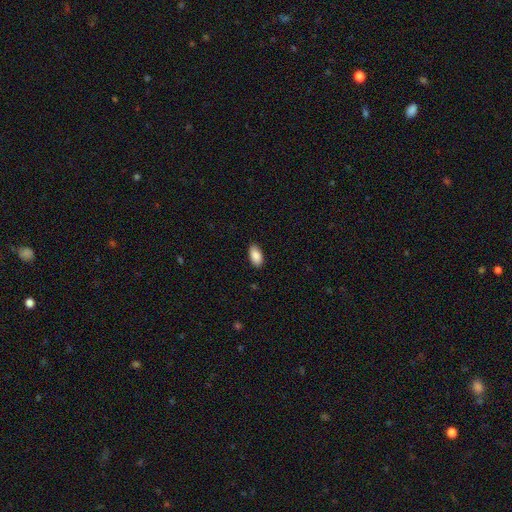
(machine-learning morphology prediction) Smooth or featured? smooth (90%)
How rounded? in between (94%)
Merging? none (87%)